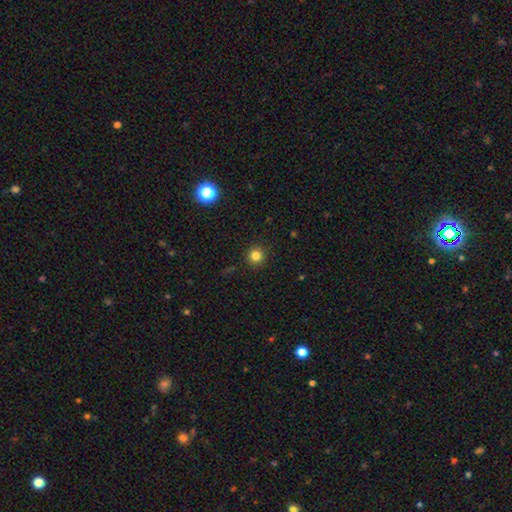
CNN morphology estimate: A smooth galaxy with no disk features (82%) that is round (95%). Merging: none (92%).